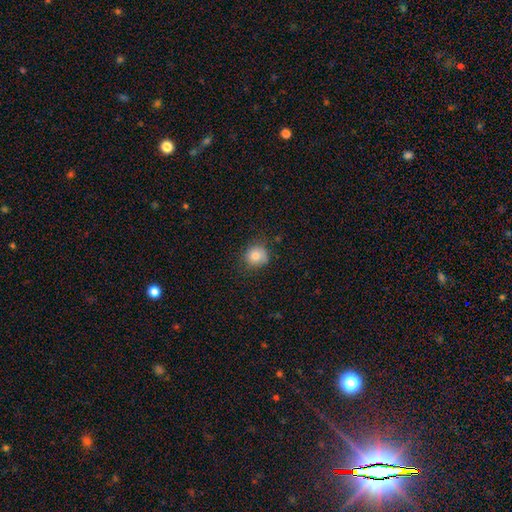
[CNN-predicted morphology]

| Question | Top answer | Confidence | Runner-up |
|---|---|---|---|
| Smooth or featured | smooth | 83% | star or artifact (10%) |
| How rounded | round | 85% | in between (14%) |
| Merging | none | 75% | minor disturbance (19%) |